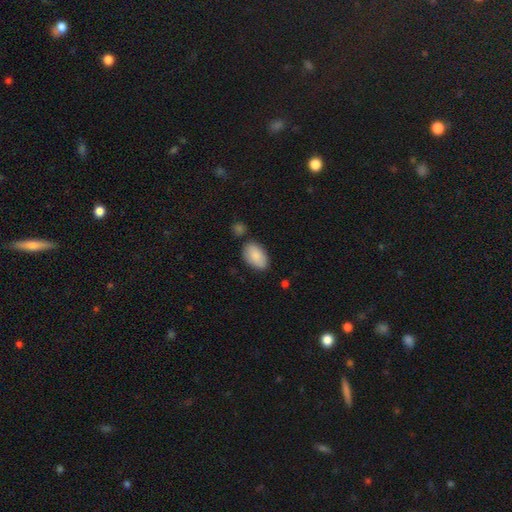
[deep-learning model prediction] smooth_or_featured: smooth (p=0.88) [alt: featured or disk p=0.06]
how_rounded: in between (p=0.94) [alt: round p=0.05]
merging: none (p=0.76) [alt: minor disturbance p=0.15]